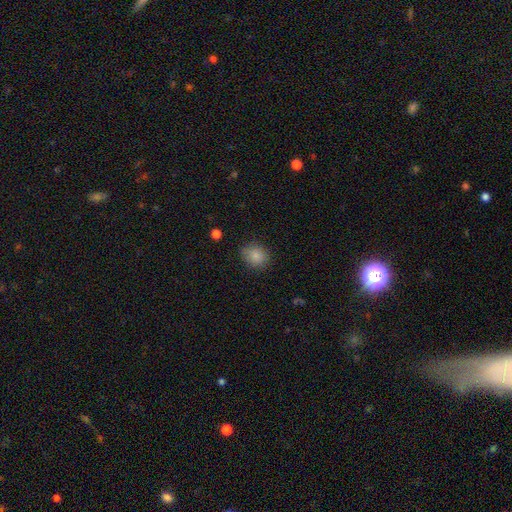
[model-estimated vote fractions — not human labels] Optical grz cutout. It shows a smooth galaxy with no disk features (86%) that is round (69%). Merging: none (80%).